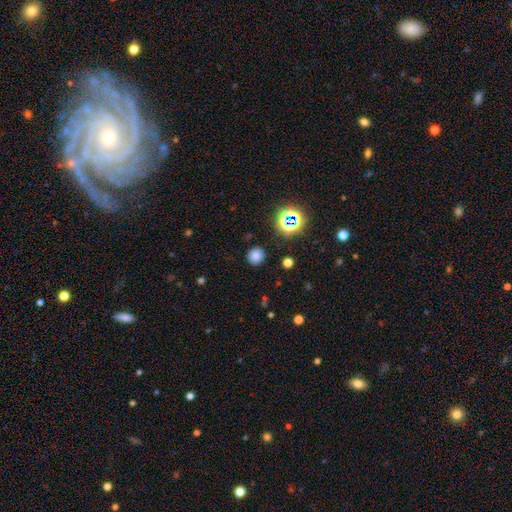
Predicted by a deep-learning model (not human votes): This is likely a smooth galaxy (74%). How rounded: clearly round (89%). Merging: clearly none (87%).